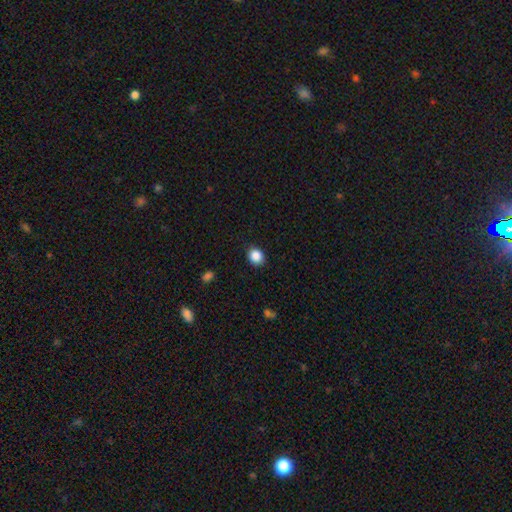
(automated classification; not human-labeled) Smooth or featured: smooth — 87% (star or artifact — 9%)
How rounded: round — 62% (in between — 37%)
Merging: none — 89% (minor disturbance — 8%)